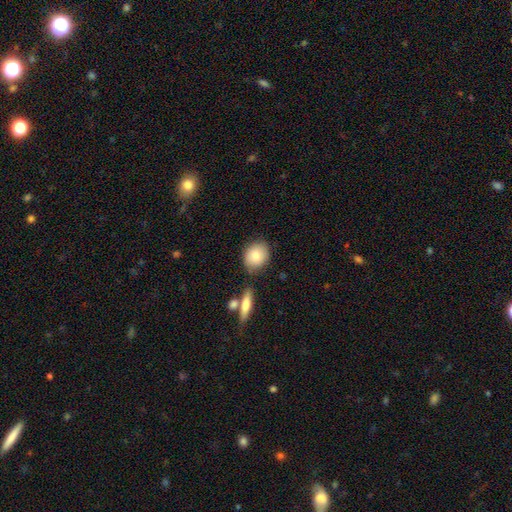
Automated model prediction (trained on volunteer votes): Smooth or featured? smooth (82%)
How rounded? round (58%)
Merging? none (76%)